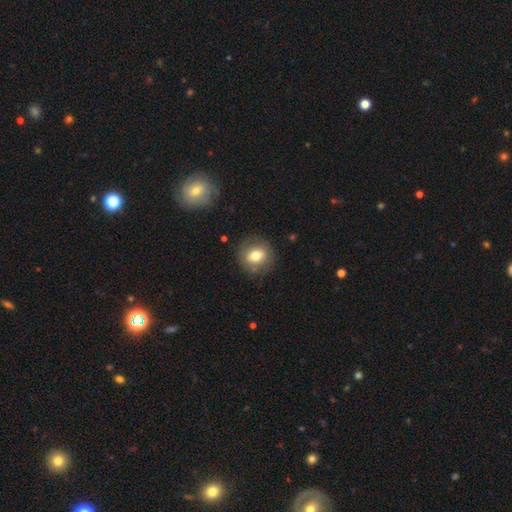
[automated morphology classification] Smooth or featured: smooth — 69% (featured or disk — 22%)
How rounded: round — 77% (in between — 22%)
Merging: none — 83% (minor disturbance — 11%)